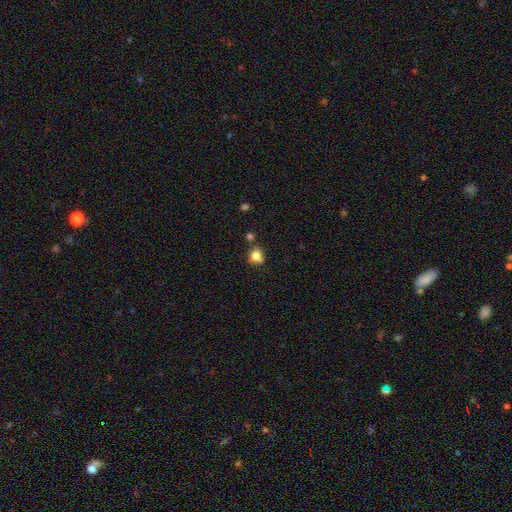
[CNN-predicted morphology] Smooth or featured?
  - smooth: 77% *
  - featured or disk: 12%
  - star or artifact: 11%
How rounded?
  - round: 62% *
  - in between: 37%
  - cigar-shaped: 1%
Merging?
  - none: 51% *
  - minor disturbance: 24%
  - merger: 17%
  - major disturbance: 8%